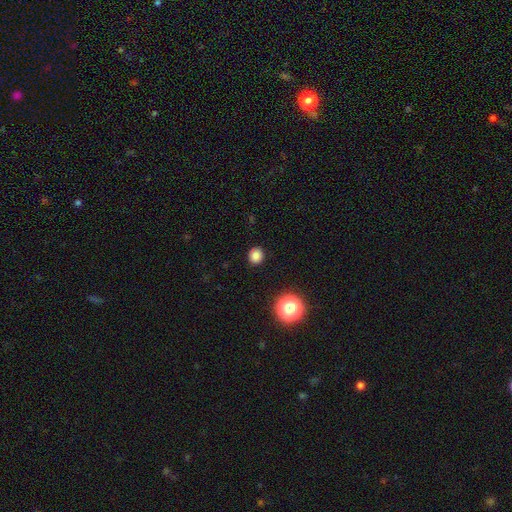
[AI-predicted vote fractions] Smooth or featured?
  - smooth: 83% *
  - star or artifact: 13%
  - featured or disk: 4%
How rounded?
  - round: 88% *
  - in between: 11%
  - cigar-shaped: 1%
Merging?
  - none: 92% *
  - minor disturbance: 5%
  - major disturbance: 2%
  - merger: 1%